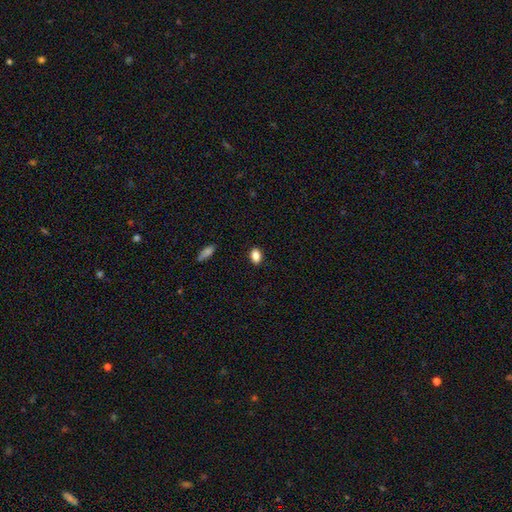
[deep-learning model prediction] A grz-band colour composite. It shows a smooth galaxy with no disk features (86%) that is in between round and cigar-shaped (84%). Merging: none (88%).